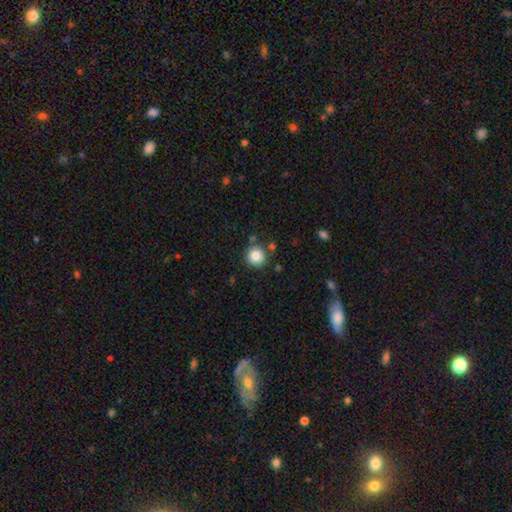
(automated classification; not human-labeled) Overall: smooth (86%). How rounded: round (92%). Merging: none (82%).